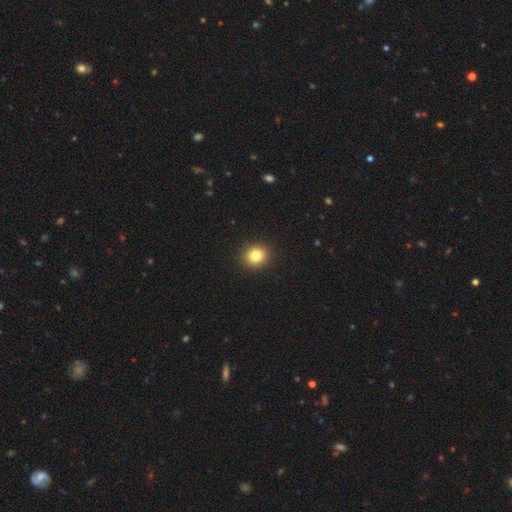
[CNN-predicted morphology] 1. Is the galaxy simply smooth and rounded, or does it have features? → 82% smooth, 11% star or artifact, 7% featured or disk.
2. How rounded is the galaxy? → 85% round, 14% in between, 1% cigar-shaped.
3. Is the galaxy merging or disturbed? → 92% none, 5% minor disturbance, 2% major disturbance, 1% merger.